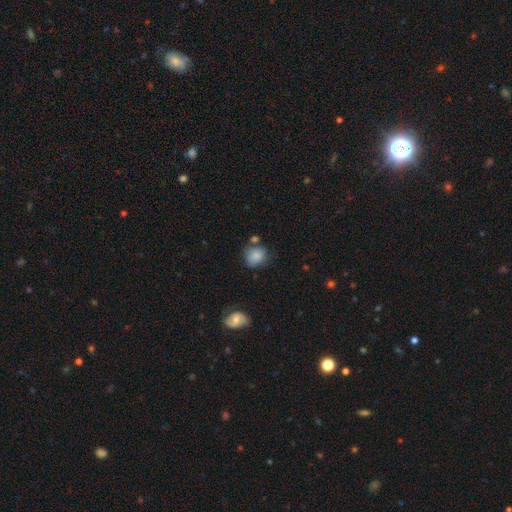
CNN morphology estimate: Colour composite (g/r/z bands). It shows a smooth galaxy with no disk features (82%) that is round (64%). Merging: none (59%).